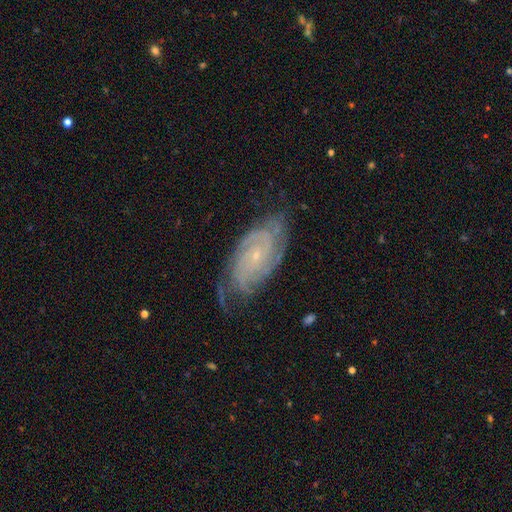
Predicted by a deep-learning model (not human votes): This appears to be a featured or disk galaxy (87%) with no bar (69%), 2 (37%) tight (70%) spiral arms (97%) and a small central bulge (84%). Merging: none (70%).